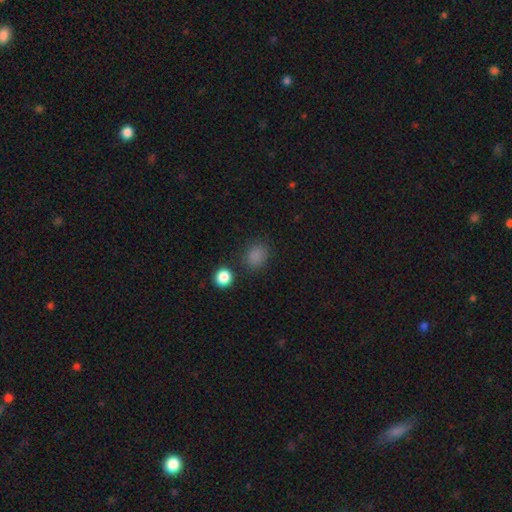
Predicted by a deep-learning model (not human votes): Smooth or featured? Predicted: smooth (p=0.81). How rounded? Predicted: round (p=0.62). Merging? Predicted: none (p=0.80).